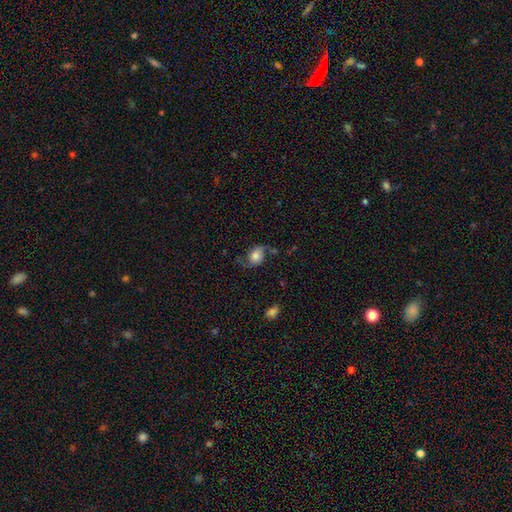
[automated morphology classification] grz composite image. It shows a featured or disk galaxy (47%). Merging: none (53%).